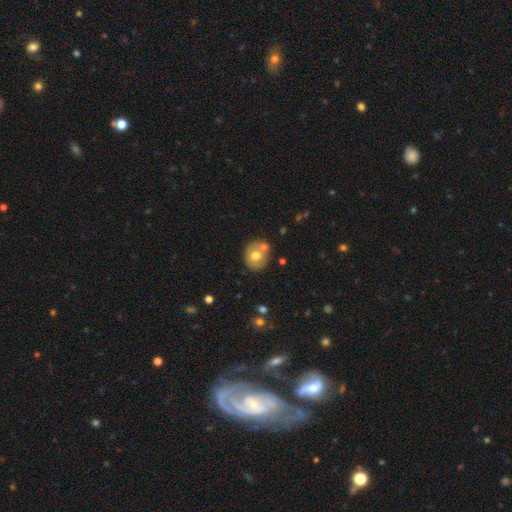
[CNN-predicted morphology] This appears to be a smooth galaxy with no disk features (65%) that is round (75%). Merging: none (59%).